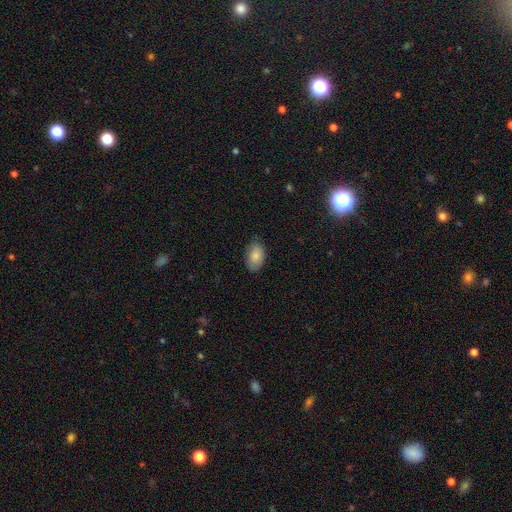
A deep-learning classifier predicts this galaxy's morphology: Smooth or featured?
  - smooth: 85% *
  - featured or disk: 9%
  - star or artifact: 7%
How rounded?
  - in between: 92% *
  - round: 7%
  - cigar-shaped: 1%
Merging?
  - none: 79% *
  - minor disturbance: 17%
  - major disturbance: 3%
  - merger: 1%